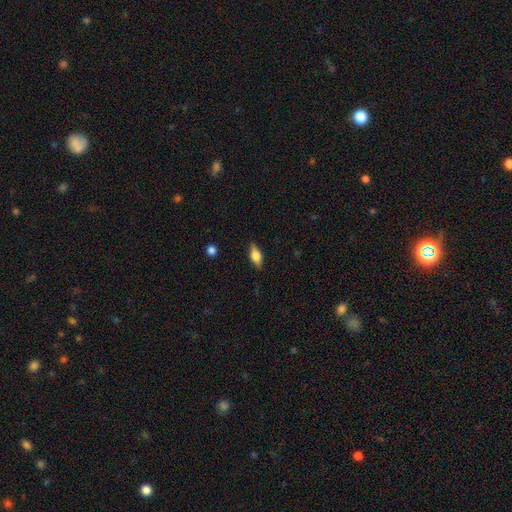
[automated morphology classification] A smooth galaxy with no disk features (67%) that is in between round and cigar-shaped (82%). Merging: none (84%).